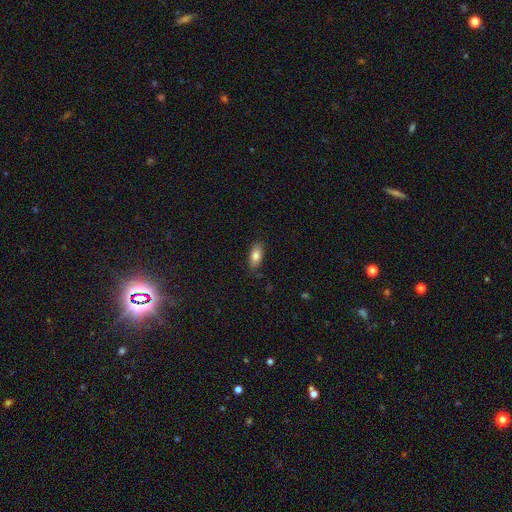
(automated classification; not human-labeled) Overall: smooth (81%). How rounded: in between (87%). Merging: none (83%).